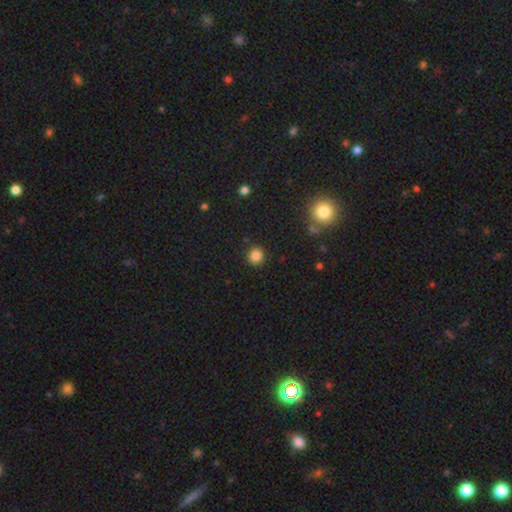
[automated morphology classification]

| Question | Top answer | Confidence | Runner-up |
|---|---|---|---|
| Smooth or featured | smooth | 84% | star or artifact (12%) |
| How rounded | round | 93% | in between (6%) |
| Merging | none | 92% | minor disturbance (5%) |